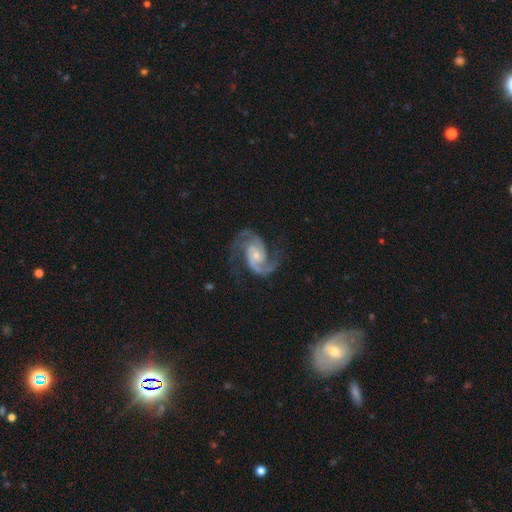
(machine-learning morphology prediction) This appears to be a featured or disk galaxy (92%) with no bar (55%), 2 (82%) medium (59%) spiral arms (98%) and a small central bulge (52%). Merging: none (71%).